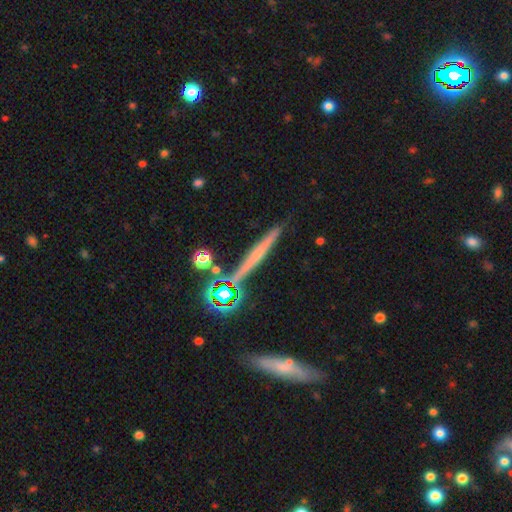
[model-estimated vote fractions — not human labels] smooth_or_featured: featured or disk (p=0.51) [alt: smooth p=0.35]
disk_edge_on: yes (p=0.95) [alt: no p=0.05]
merging: none (p=0.82) [alt: minor disturbance p=0.10]